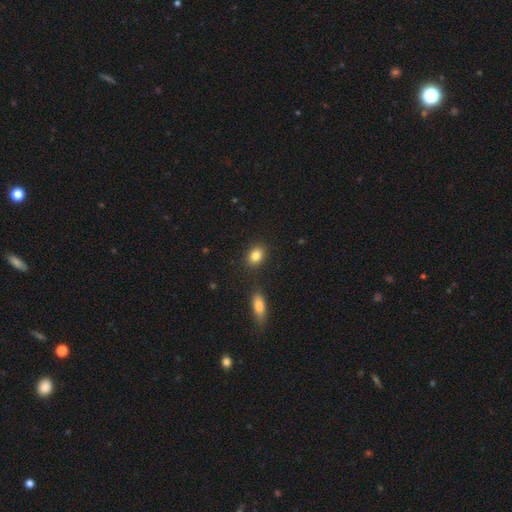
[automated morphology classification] This is clearly a smooth galaxy (84%). How rounded: likely in between (62%). Merging: clearly none (84%).